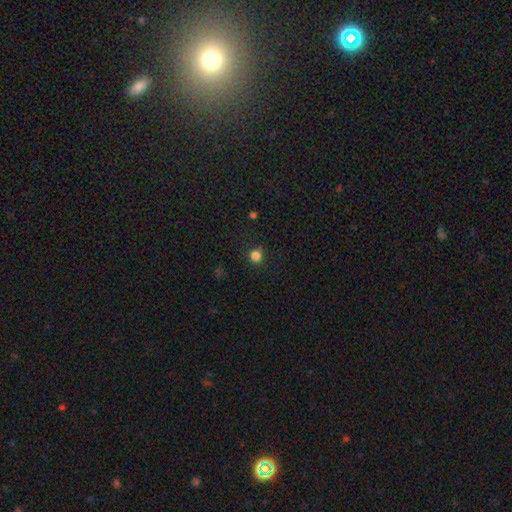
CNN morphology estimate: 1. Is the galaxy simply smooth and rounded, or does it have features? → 82% smooth, 14% star or artifact, 4% featured or disk.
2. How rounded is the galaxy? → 94% round, 5% in between, 1% cigar-shaped.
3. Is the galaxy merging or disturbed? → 89% none, 8% minor disturbance, 3% major disturbance, 1% merger.